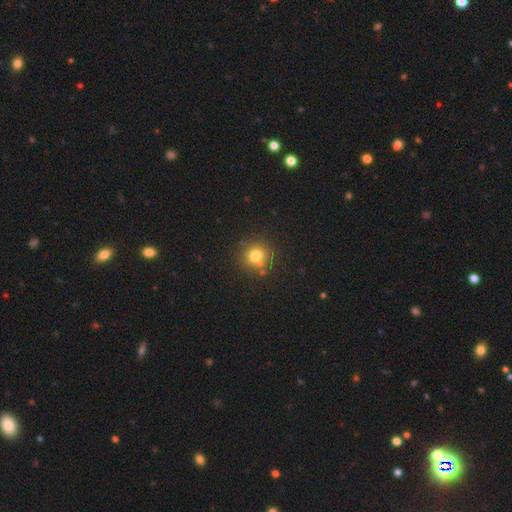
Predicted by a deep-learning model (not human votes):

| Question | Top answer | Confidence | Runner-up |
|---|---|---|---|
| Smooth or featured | smooth | 76% | star or artifact (15%) |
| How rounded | round | 91% | in between (8%) |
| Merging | none | 80% | minor disturbance (10%) |